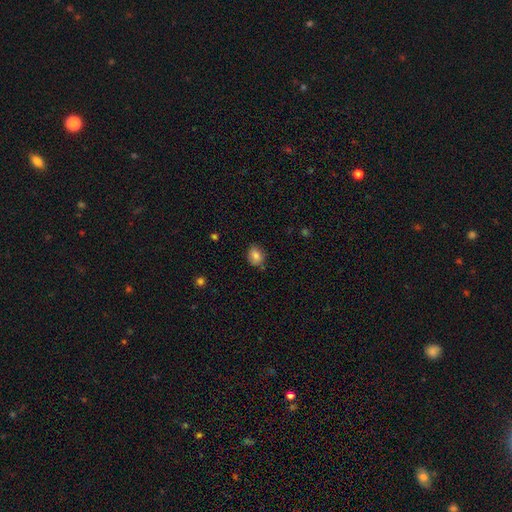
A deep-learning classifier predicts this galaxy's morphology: smooth-or-featured: smooth: 83% | star or artifact: 10% | featured or disk: 8%
  how-rounded: round: 54% | in between: 45% | cigar-shaped: 1%
  merging: none: 76% | minor disturbance: 18% | major disturbance: 3% | merger: 3%